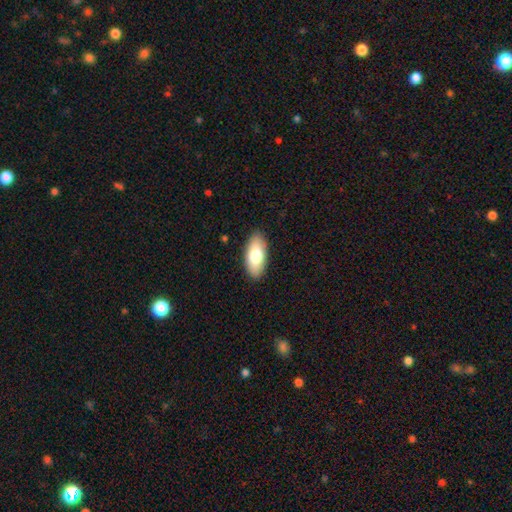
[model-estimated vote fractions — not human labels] Smooth or featured? Predicted: smooth (p=0.76). How rounded? Predicted: in between (p=0.89). Merging? Predicted: none (p=0.89).